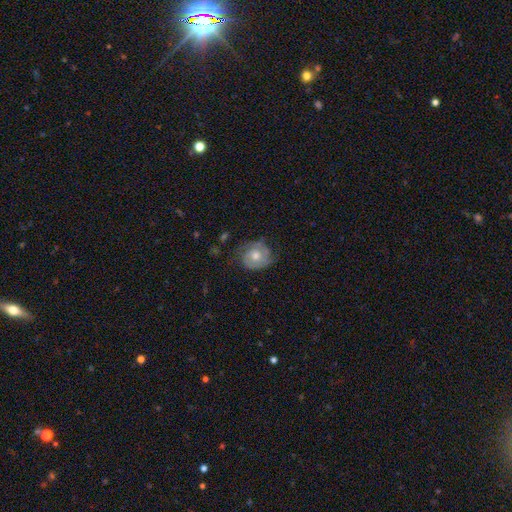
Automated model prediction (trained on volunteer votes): This appears to be a featured or disk galaxy (63%) with no bar (81%), 2 (50%) tight (60%) spiral arms (84%) and a moderate central bulge (73%). Merging: none (70%).